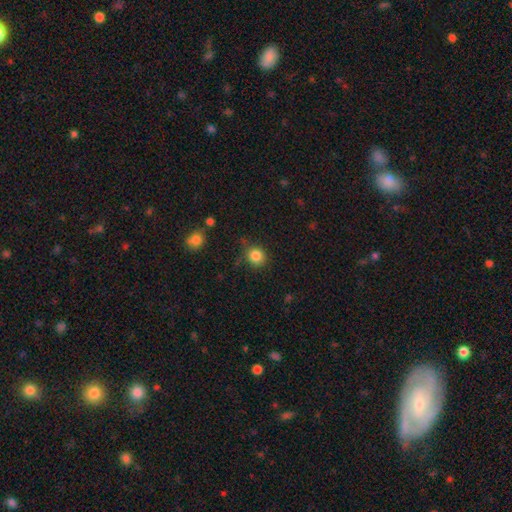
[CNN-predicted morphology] Smooth or featured?
  - smooth: 84% *
  - star or artifact: 11%
  - featured or disk: 5%
How rounded?
  - round: 86% *
  - in between: 13%
  - cigar-shaped: 1%
Merging?
  - none: 77% *
  - minor disturbance: 16%
  - major disturbance: 4%
  - merger: 3%